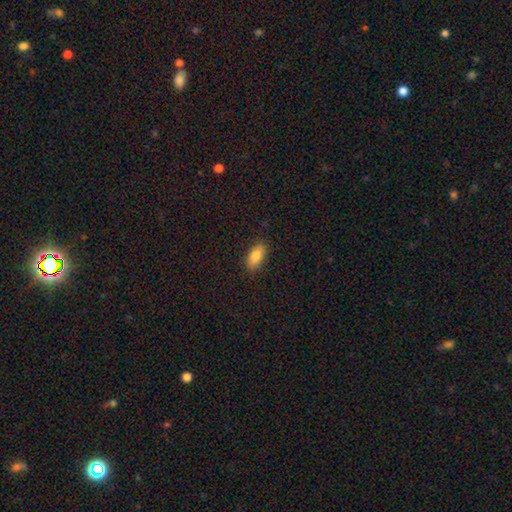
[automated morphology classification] Q: Smooth or featured?
A: smooth (85%); runner-up: featured or disk (8%)
Q: How rounded?
A: in between (86%); runner-up: cigar-shaped (11%)
Q: Merging?
A: none (85%); runner-up: minor disturbance (11%)